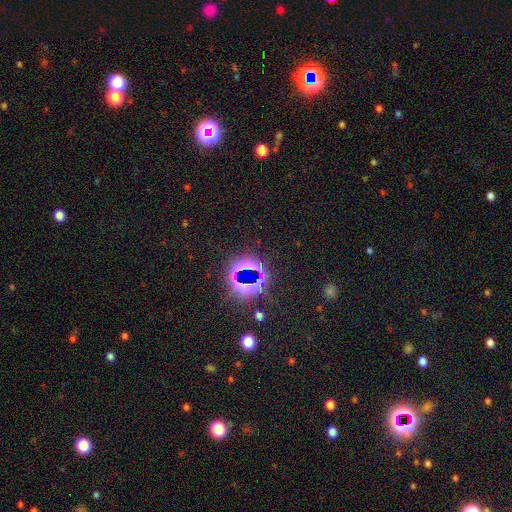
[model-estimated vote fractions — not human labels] The model was most divided on "smooth or featured": star or artifact: 80%, smooth: 12%, featured or disk: 8%.